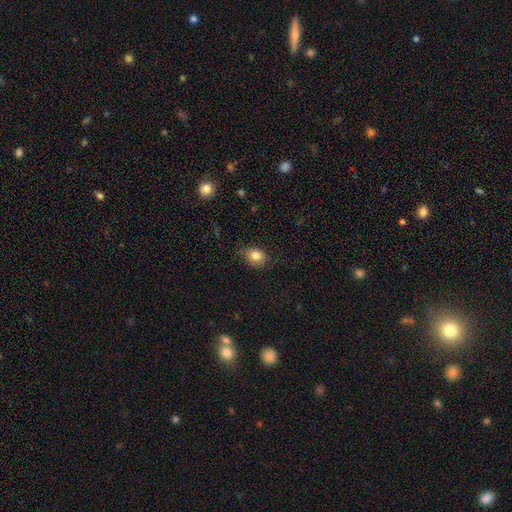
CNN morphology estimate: smooth 83%, star or artifact 10%, featured or disk 7%. Down the decision tree: how rounded — in between (52%); merging — none (74%).